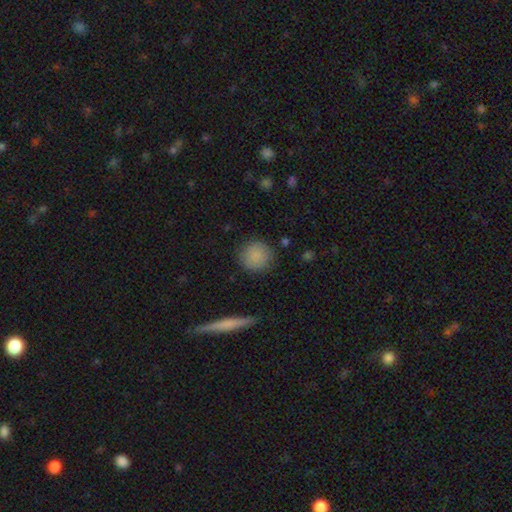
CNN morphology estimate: Smooth or featured? smooth (86%)
How rounded? round (93%)
Merging? none (88%)